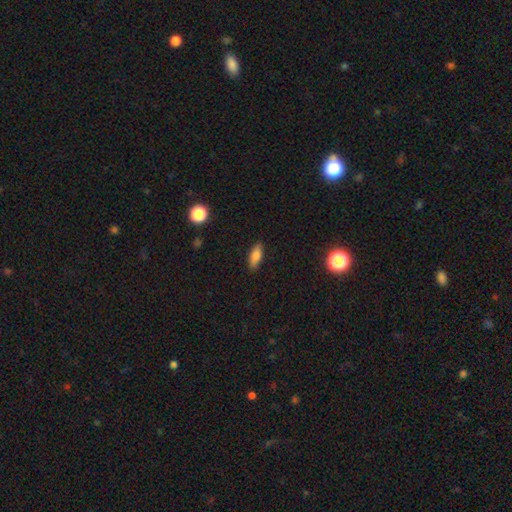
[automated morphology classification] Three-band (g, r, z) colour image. It shows a smooth galaxy with no disk features (82%) that is in between round and cigar-shaped (75%). Merging: none (86%).